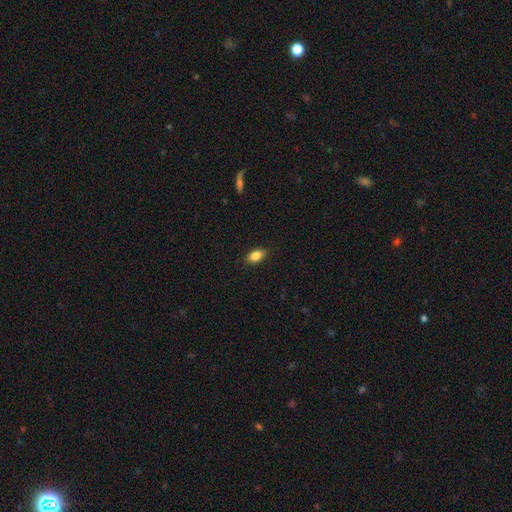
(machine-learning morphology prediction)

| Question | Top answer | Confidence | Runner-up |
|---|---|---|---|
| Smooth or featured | smooth | 82% | featured or disk (10%) |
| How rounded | in between | 86% | round (8%) |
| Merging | none | 85% | minor disturbance (12%) |